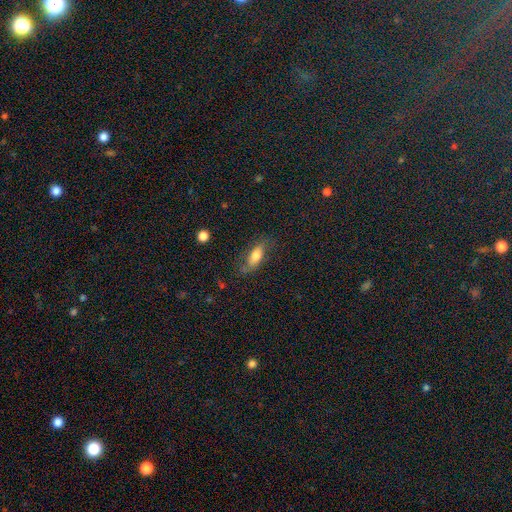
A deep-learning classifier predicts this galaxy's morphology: smooth-or-featured: smooth: 69% | featured or disk: 22% | star or artifact: 9%
  how-rounded: in between: 76% | cigar-shaped: 20% | round: 4%
  merging: none: 66% | minor disturbance: 22% | major disturbance: 10% | merger: 2%